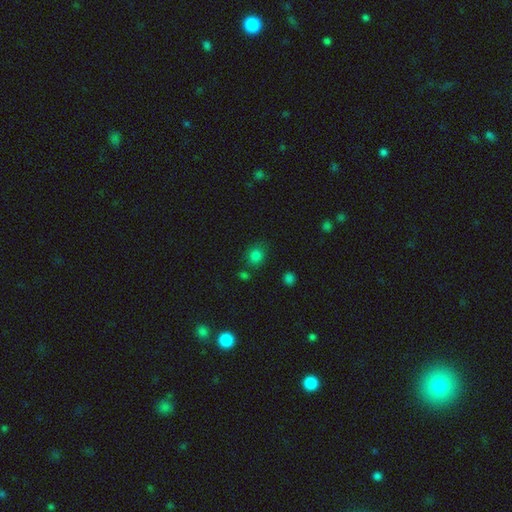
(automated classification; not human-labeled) A smooth galaxy with no disk features (81%) that is round (68%).

Vote fractions:
- Smooth or featured? smooth: 81% / star or artifact: 15% / featured or disk: 5%
- How rounded? round: 68% / in between: 31% / cigar-shaped: 1%
- Merging? none: 76% / minor disturbance: 13% / merger: 7% / major disturbance: 4%